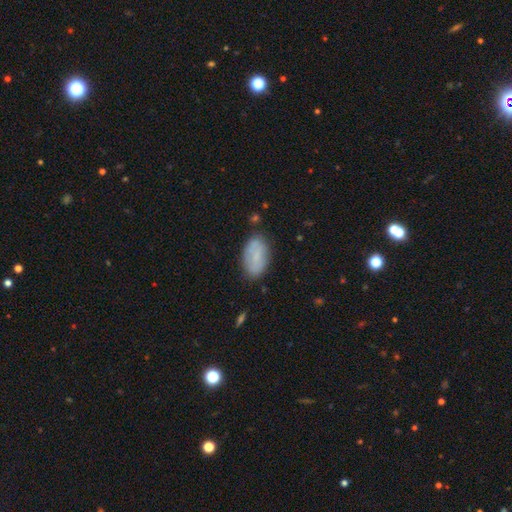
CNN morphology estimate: Smooth or featured?
  - smooth: 70% *
  - featured or disk: 23%
  - star or artifact: 8%
How rounded?
  - in between: 93% *
  - round: 4%
  - cigar-shaped: 3%
Merging?
  - none: 77% *
  - minor disturbance: 16%
  - major disturbance: 4%
  - merger: 3%